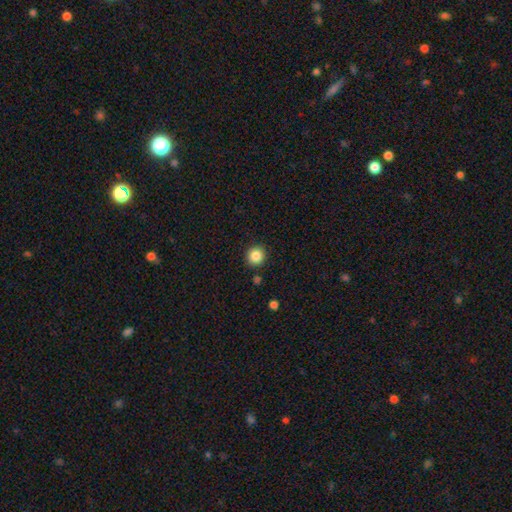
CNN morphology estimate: This appears to be a smooth galaxy with no disk features (86%) that is round (92%). Merging: none (89%).